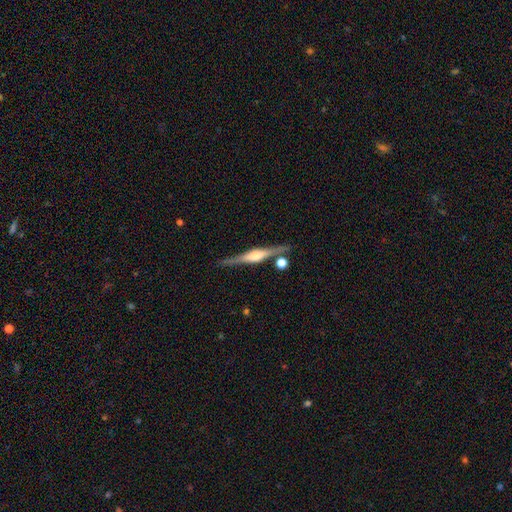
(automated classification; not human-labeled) A featured or disk galaxy (82%) viewed edge-on (98%) with a rounded central bulge (81%). Merging: none (84%).